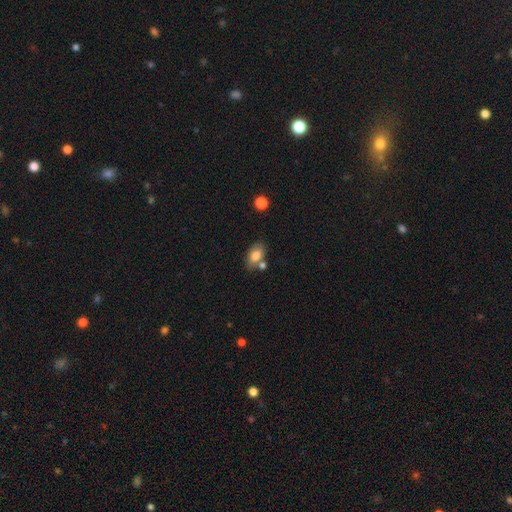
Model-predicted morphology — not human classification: The model was most divided on "merging": none: 64%, merger: 17%, minor disturbance: 15%, major disturbance: 4%. More confident: how rounded — in between (89%); smooth or featured — smooth (78%).